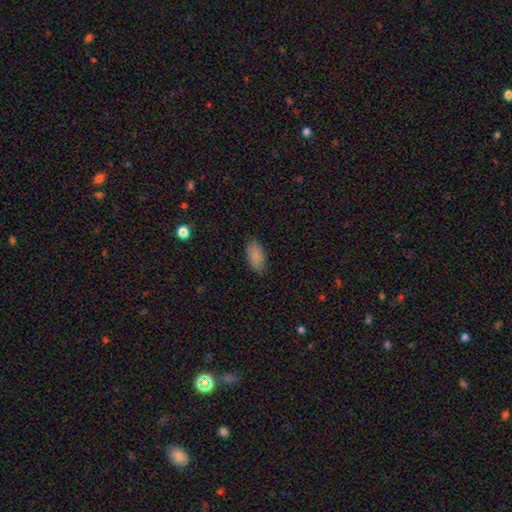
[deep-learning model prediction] smooth 87%, star or artifact 8%, featured or disk 5%. Down the decision tree: how rounded — in between (93%); merging — none (84%).